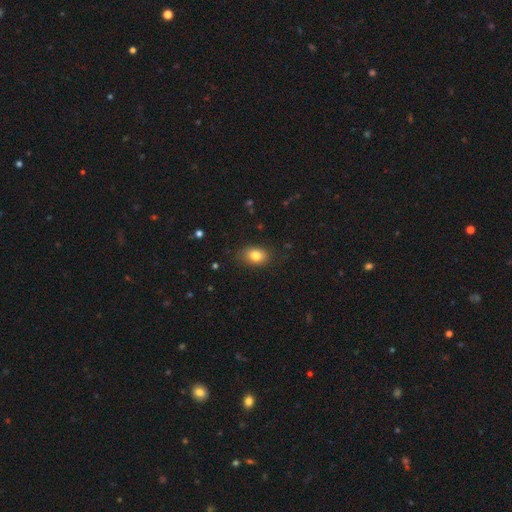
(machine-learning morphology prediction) Smooth or featured? Predicted: smooth (p=0.82). How rounded? Predicted: in between (p=0.76). Merging? Predicted: none (p=0.82).